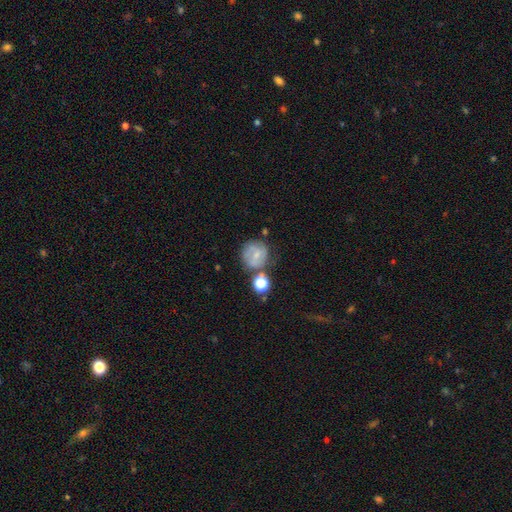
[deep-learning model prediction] A smooth galaxy with no disk features (47%). Merging: none (53%).